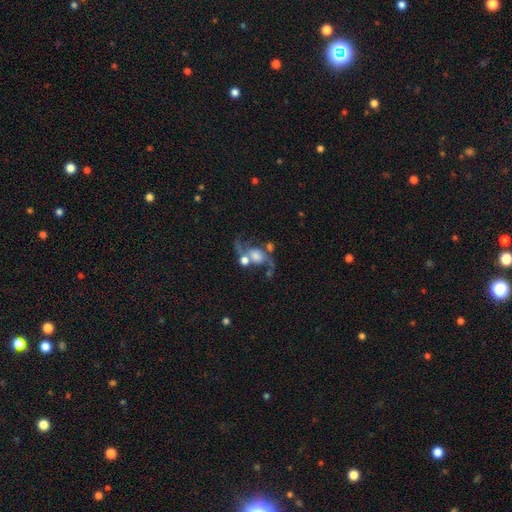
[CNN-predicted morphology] Overall: featured or disk (77%). Edge-on disk: no (96%). Bar: no (63%; weak 27%). Spiral arms: yes (94%). Spiral arm count: 2 (92%). Spiral winding: loose (76%). Bulge size: large (28%; moderate 27%). Merging: none (46%; merger 25%).